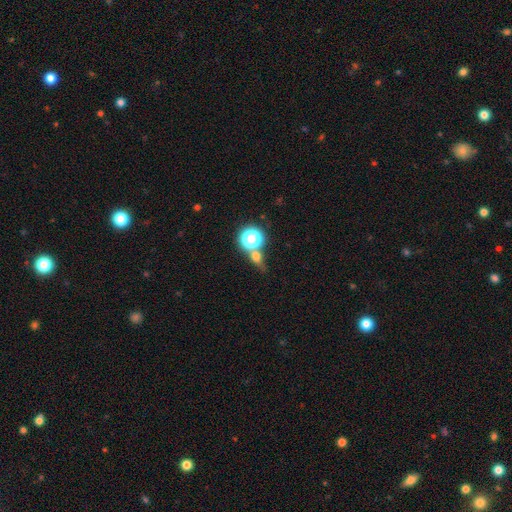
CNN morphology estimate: Smooth or featured? Predicted: smooth (p=0.59). How rounded? Predicted: round (p=0.62). Merging? Predicted: none (p=0.54).